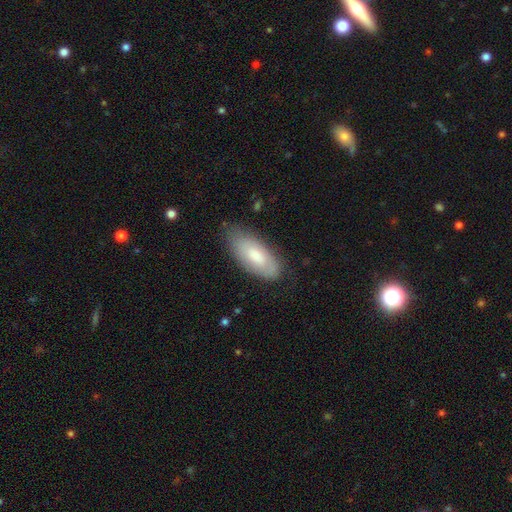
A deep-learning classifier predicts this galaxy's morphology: A smooth galaxy with no disk features (71%) that is in between round and cigar-shaped (85%). Merging: none (72%).